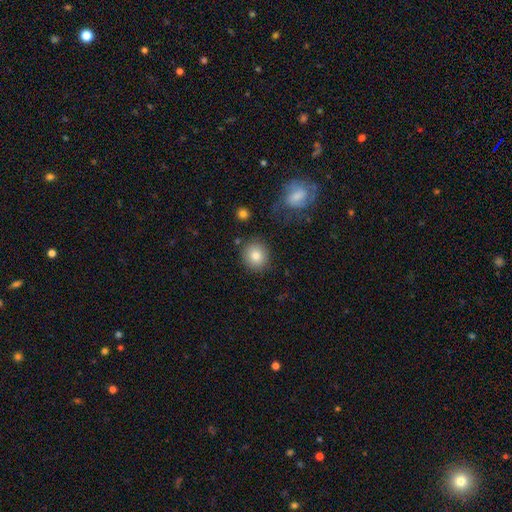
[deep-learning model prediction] Overall: smooth (82%). How rounded: round (86%). Merging: none (85%).